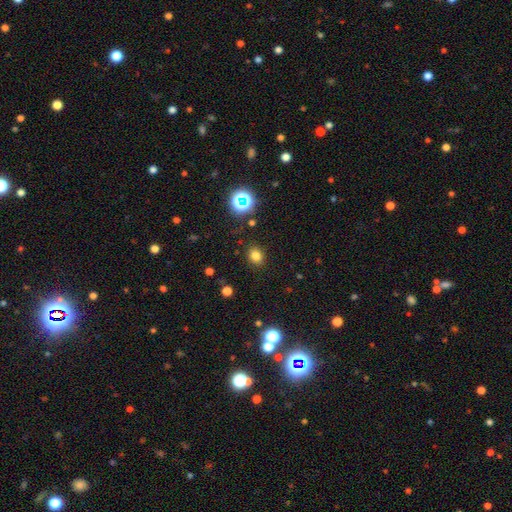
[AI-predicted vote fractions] smooth 77%, star or artifact 17%, featured or disk 6%. Down the decision tree: how rounded — round (63%); merging — none (87%).